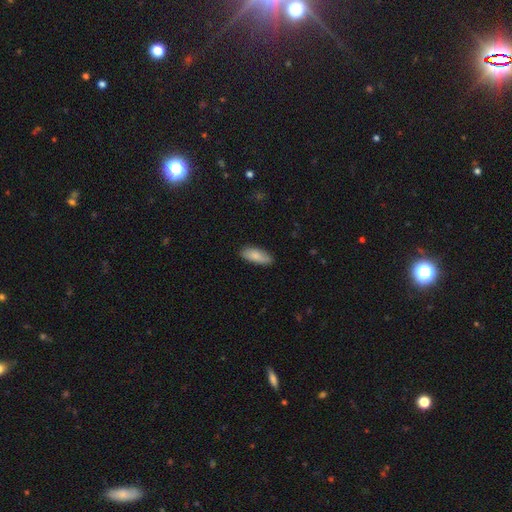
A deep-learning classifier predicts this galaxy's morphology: Overall: smooth (84%). How rounded: in between (78%). Merging: none (84%).